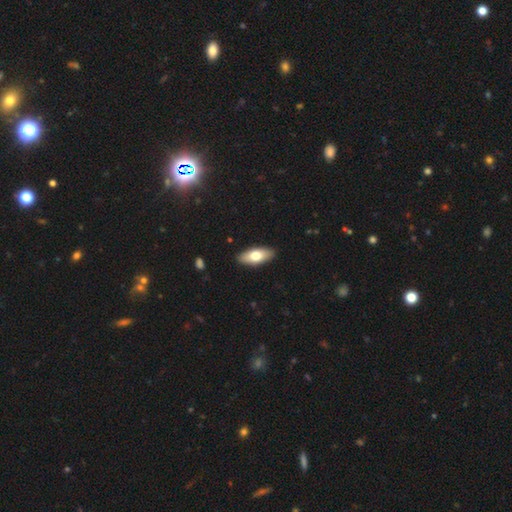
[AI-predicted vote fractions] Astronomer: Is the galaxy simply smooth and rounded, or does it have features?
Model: smooth — 71%.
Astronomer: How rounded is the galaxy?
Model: in between — 82%.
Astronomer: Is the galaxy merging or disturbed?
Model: none — 89%.